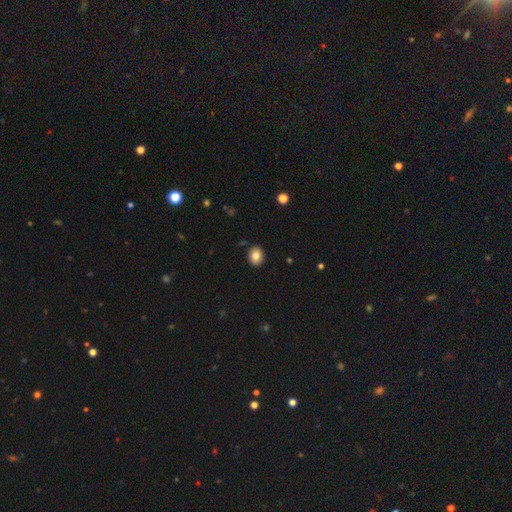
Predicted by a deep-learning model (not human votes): smooth 83%, star or artifact 9%, featured or disk 8%. Down the decision tree: how rounded — round (54%); merging — none (89%).